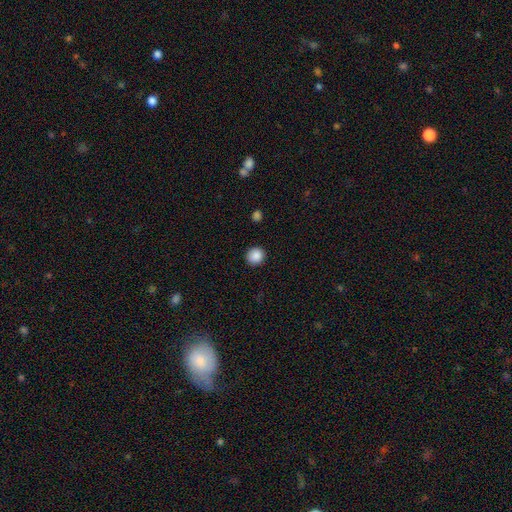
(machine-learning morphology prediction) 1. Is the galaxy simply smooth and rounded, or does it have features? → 88% smooth, 9% star or artifact, 3% featured or disk.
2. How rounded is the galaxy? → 92% round, 7% in between, 1% cigar-shaped.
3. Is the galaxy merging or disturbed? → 91% none, 6% minor disturbance, 2% major disturbance, 1% merger.